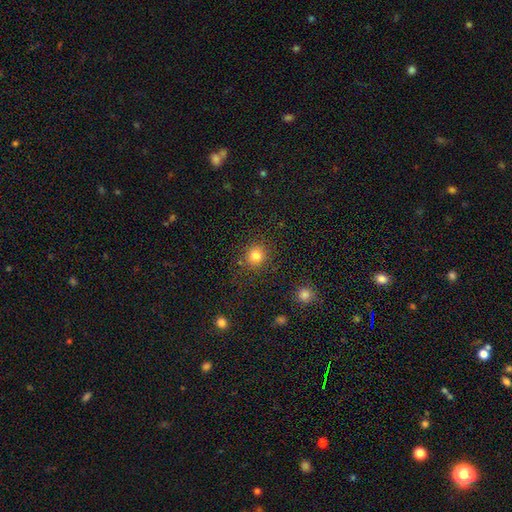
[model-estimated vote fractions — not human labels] Q: Smooth or featured?
A: smooth (82%); runner-up: star or artifact (13%)
Q: How rounded?
A: round (89%); runner-up: in between (10%)
Q: Merging?
A: none (85%); runner-up: minor disturbance (8%)